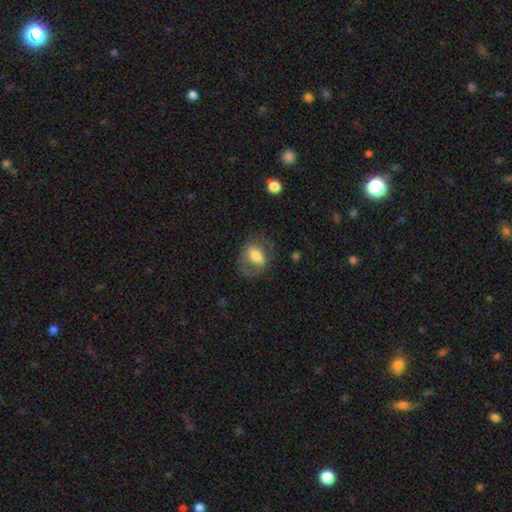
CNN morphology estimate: This appears to be a smooth galaxy with no disk features (55%) that is in between round and cigar-shaped (70%). Merging: none (54%).